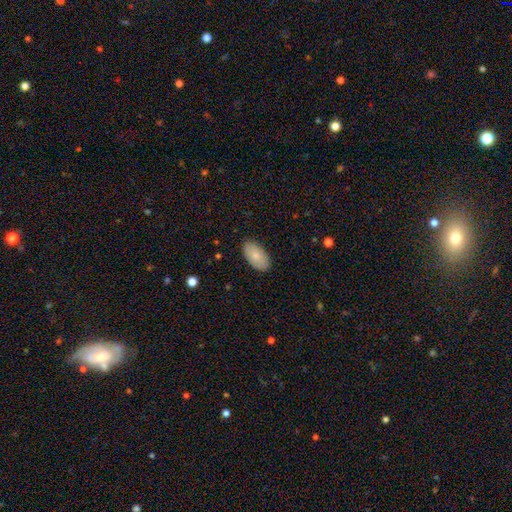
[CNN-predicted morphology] Smooth or featured? Predicted: smooth (p=0.83). How rounded? Predicted: in between (p=0.95). Merging? Predicted: none (p=0.87).